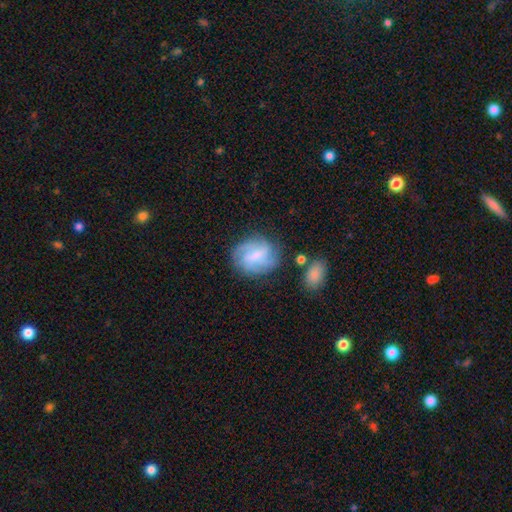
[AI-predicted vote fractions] featured or disk 54%, smooth 38%, star or artifact 8%. Down the decision tree: edge-on disk — no (97%); bar — weak (52%); spiral arms — yes (82%); bulge size — small (38%); merging — none (68%).